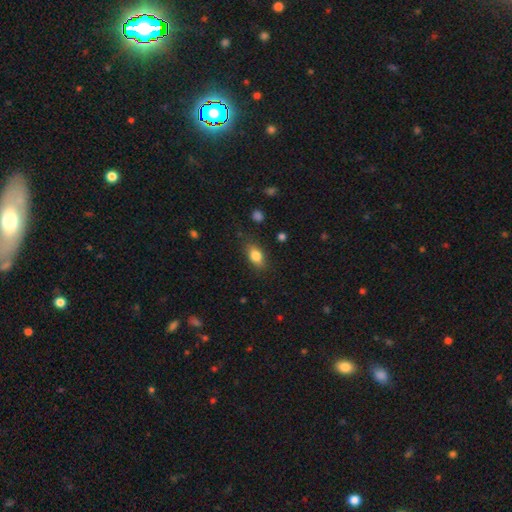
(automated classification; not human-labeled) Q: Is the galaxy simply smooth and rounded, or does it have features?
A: smooth — 83%.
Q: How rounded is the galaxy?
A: in between — 84%.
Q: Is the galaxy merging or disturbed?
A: none — 81%.